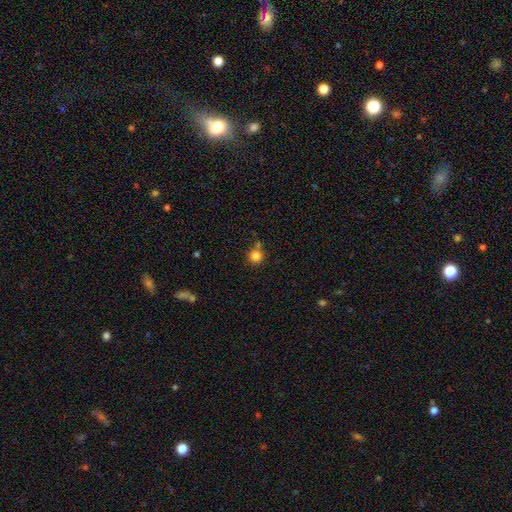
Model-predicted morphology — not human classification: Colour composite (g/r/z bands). It shows a smooth galaxy with no disk features (83%) that is round (94%). Merging: none (71%).